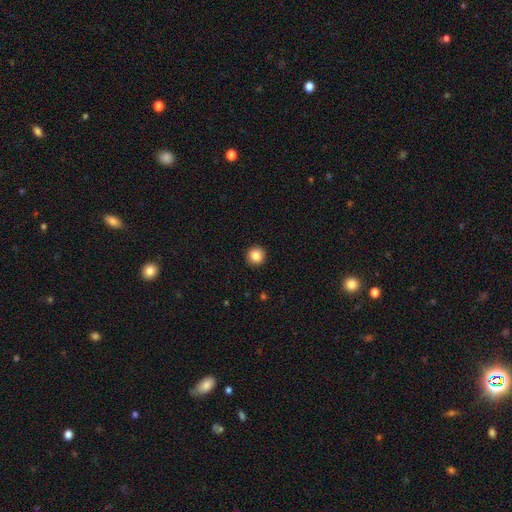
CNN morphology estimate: Q: Smooth or featured?
A: smooth (84%); runner-up: star or artifact (10%)
Q: How rounded?
A: round (95%); runner-up: in between (4%)
Q: Merging?
A: none (93%); runner-up: minor disturbance (4%)